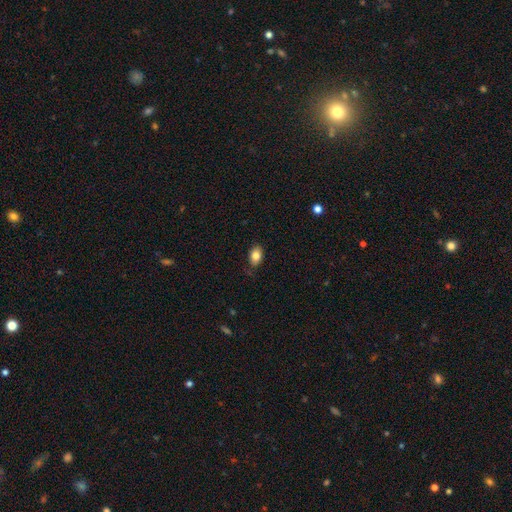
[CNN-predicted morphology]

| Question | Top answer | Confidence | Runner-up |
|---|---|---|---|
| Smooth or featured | smooth | 83% | featured or disk (9%) |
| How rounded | in between | 85% | round (13%) |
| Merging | none | 79% | minor disturbance (17%) |